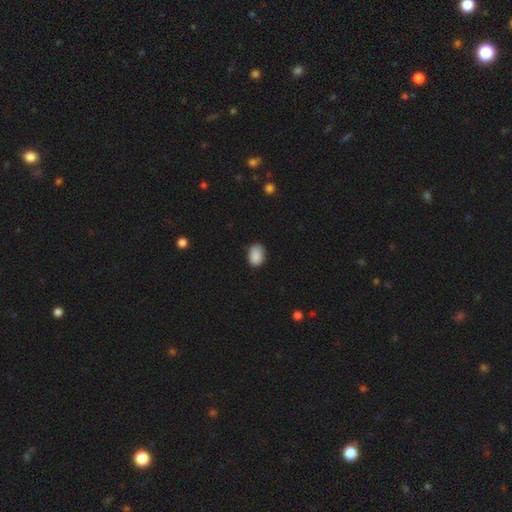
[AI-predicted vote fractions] smooth-or-featured: smooth: 89% | star or artifact: 8% | featured or disk: 3%
  how-rounded: in between: 79% | round: 20% | cigar-shaped: 1%
  merging: none: 79% | minor disturbance: 17% | major disturbance: 3% | merger: 1%